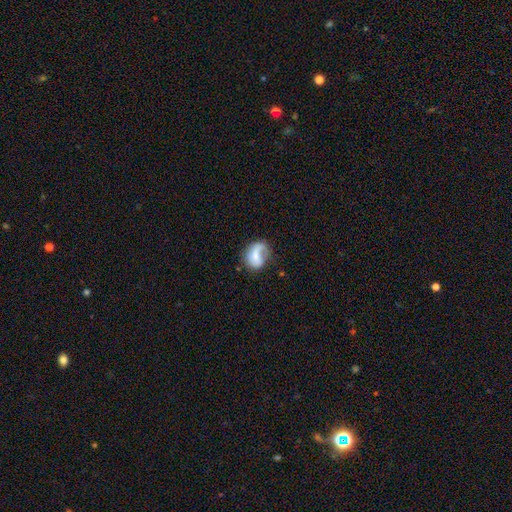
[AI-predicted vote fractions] The model was most divided on "smooth or featured": smooth: 49%, featured or disk: 43%, star or artifact: 8%. Remaining: merging — none (41%).